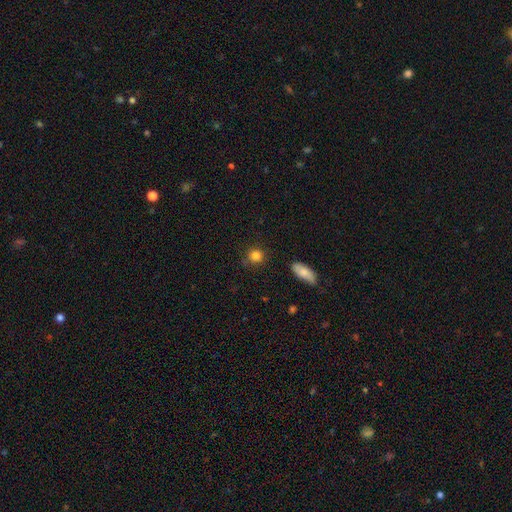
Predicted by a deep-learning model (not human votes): A smooth galaxy with no disk features (84%) that is round (88%). Merging: none (82%).